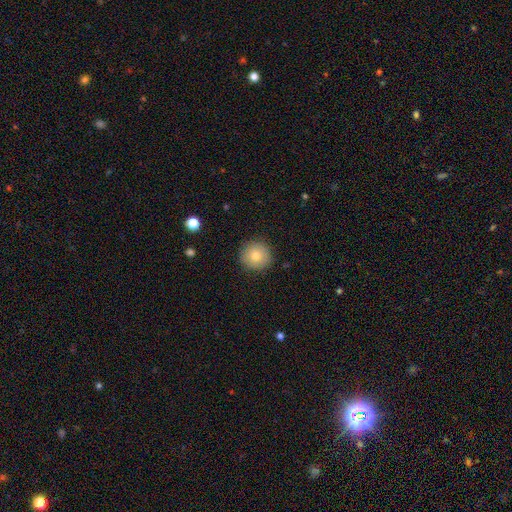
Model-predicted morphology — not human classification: Smooth or featured: smooth — 78% (featured or disk — 12%)
How rounded: round — 95% (in between — 4%)
Merging: none — 91% (minor disturbance — 6%)